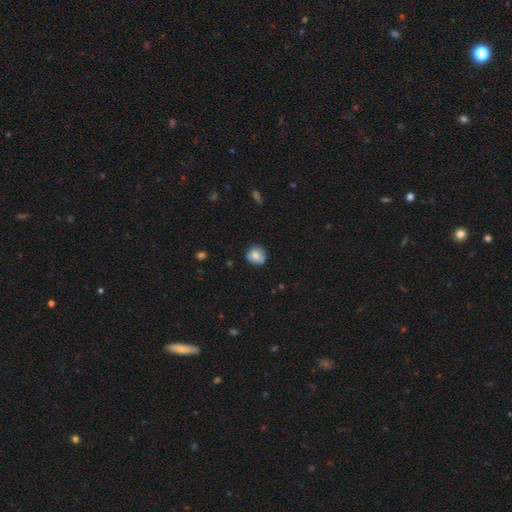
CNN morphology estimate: Smooth or featured: smooth — 78% (featured or disk — 14%)
How rounded: round — 82% (in between — 17%)
Merging: none — 74% (minor disturbance — 20%)